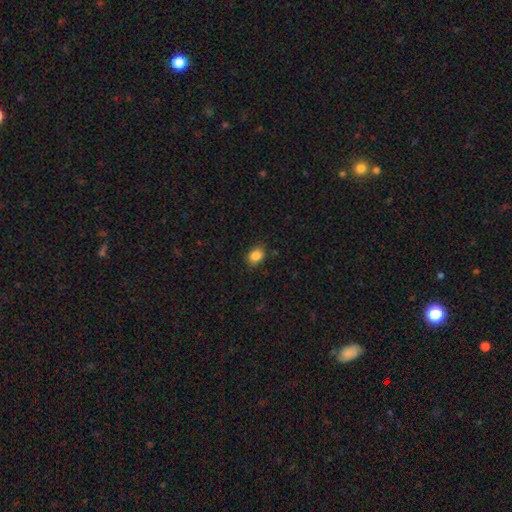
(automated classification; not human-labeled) The model was most divided on "how rounded": in between: 60%, round: 39%, cigar-shaped: 1%. More confident: smooth or featured — smooth (85%); merging — none (82%).